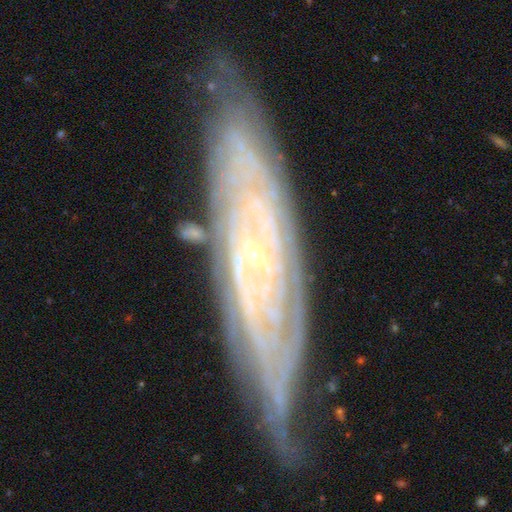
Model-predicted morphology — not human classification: type=featured or disk (85%); edge-on=no (74%); bar=no (50%); spiral arms=yes (93%); winding=tight (74%); arm count=can't tell (42%); bulge=small (82%); merging=none (74%).